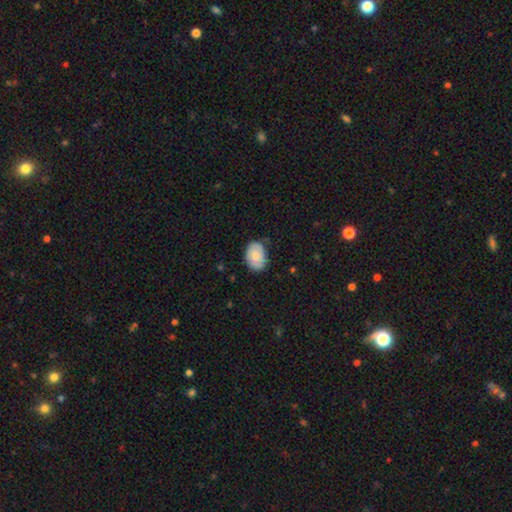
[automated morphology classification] Smooth or featured? smooth (74%)
How rounded? in between (82%)
Merging? none (74%)